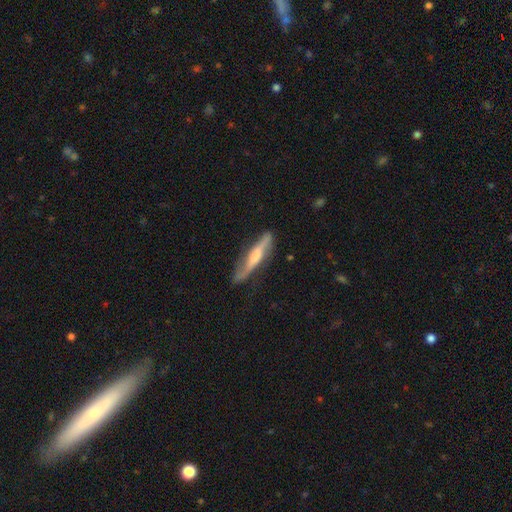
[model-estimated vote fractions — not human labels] This appears to be a featured or disk galaxy (63%) viewed edge-on (59%). Merging: none (73%).